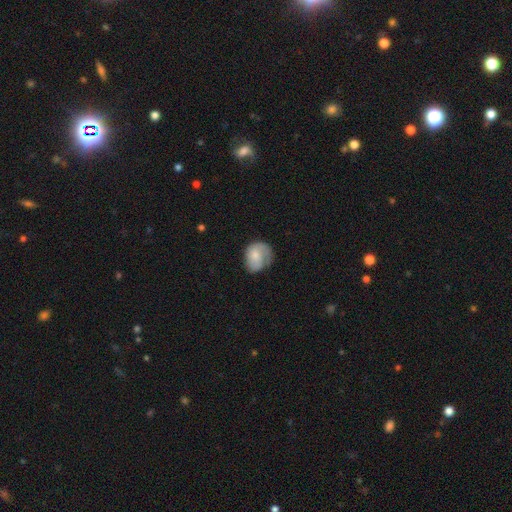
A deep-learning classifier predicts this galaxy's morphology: Smooth or featured: smooth — 64% (featured or disk — 29%)
How rounded: round — 54% (in between — 45%)
Merging: none — 44% (minor disturbance — 31%)